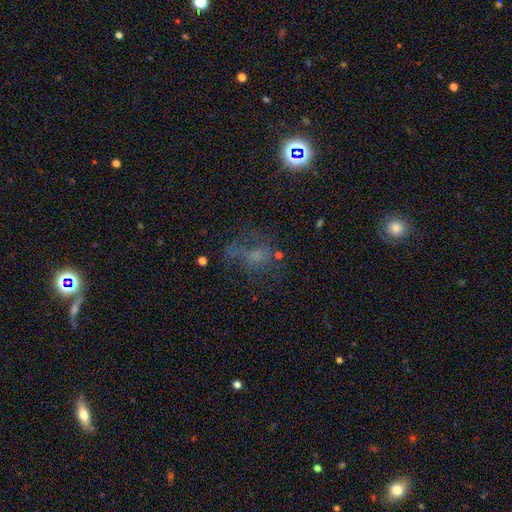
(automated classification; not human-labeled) This appears to be a smooth galaxy with no disk features (34%). Merging: none (44%).